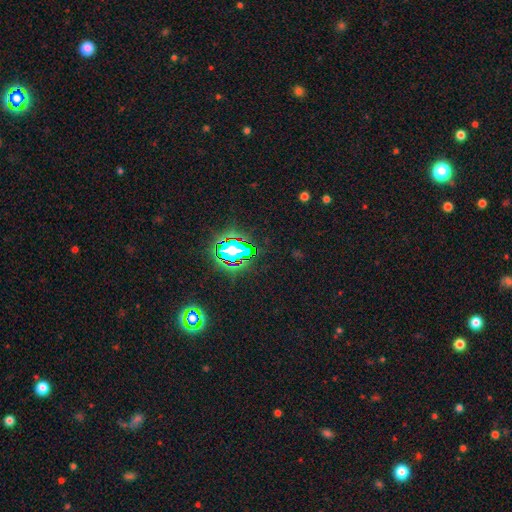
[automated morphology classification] Smooth or featured?
  - star or artifact: 80% *
  - smooth: 13%
  - featured or disk: 7%